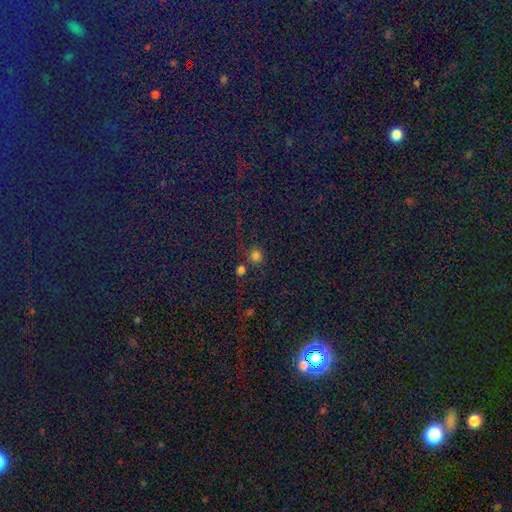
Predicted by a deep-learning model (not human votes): A smooth galaxy with no disk features (73%) that is round (89%).

Vote fractions:
- Smooth or featured? smooth: 73% / star or artifact: 22% / featured or disk: 5%
- How rounded? round: 89% / in between: 10% / cigar-shaped: 1%
- Merging? none: 68% / merger: 17% / minor disturbance: 10% / major disturbance: 5%